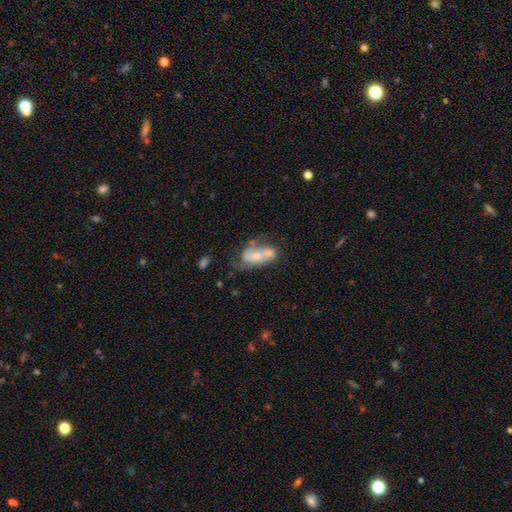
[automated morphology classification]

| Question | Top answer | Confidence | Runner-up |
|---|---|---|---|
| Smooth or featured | smooth | 49% | featured or disk (43%) |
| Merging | merger | 31% | none (29%) |